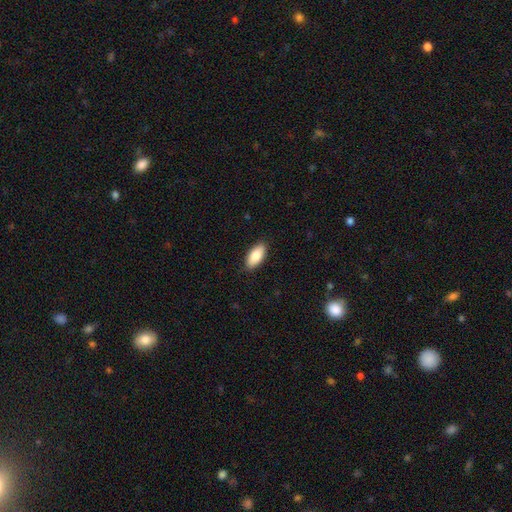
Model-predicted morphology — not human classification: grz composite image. It shows a smooth galaxy with no disk features (86%) that is in between round and cigar-shaped (90%). Merging: none (88%).